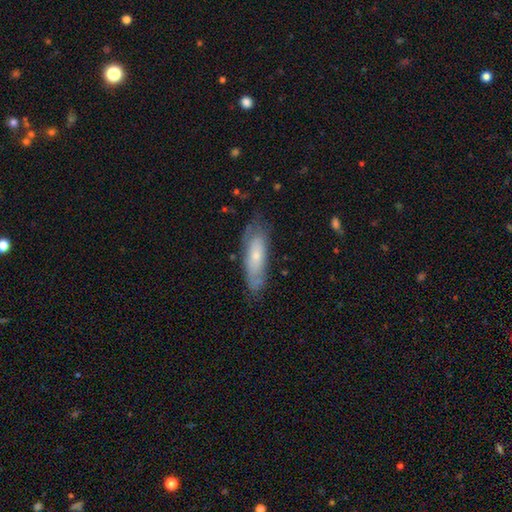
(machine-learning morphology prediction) smooth-or-featured: smooth: 49% | featured or disk: 44% | star or artifact: 7%
  merging: none: 68% | minor disturbance: 23% | major disturbance: 8% | merger: 2%